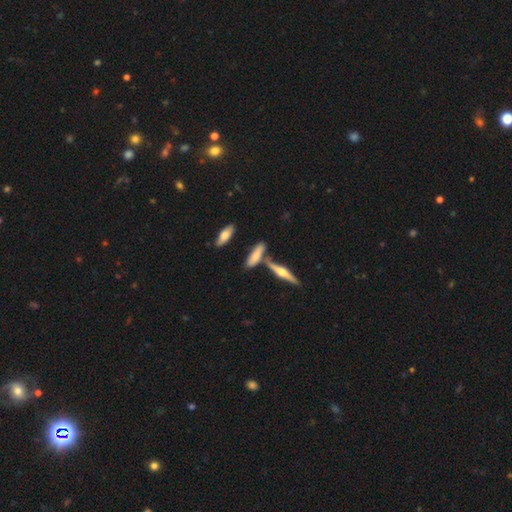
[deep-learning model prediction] Overall: smooth (49%; featured or disk 43%). Merging: none (61%; merger 21%).